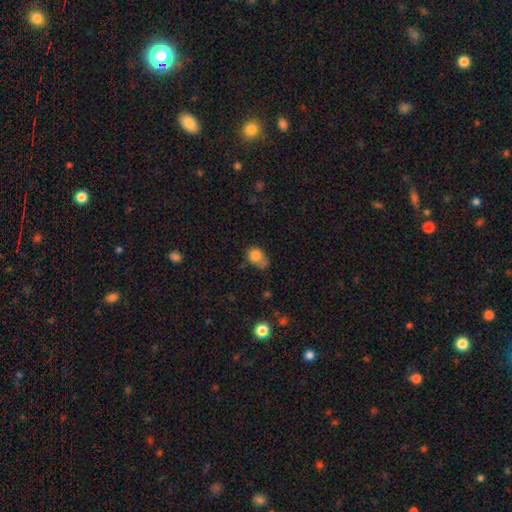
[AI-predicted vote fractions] smooth_or_featured: smooth (p=0.81) [alt: star or artifact p=0.10]
how_rounded: round (p=0.53) [alt: in between p=0.45]
merging: none (p=0.36) [alt: minor disturbance p=0.33]